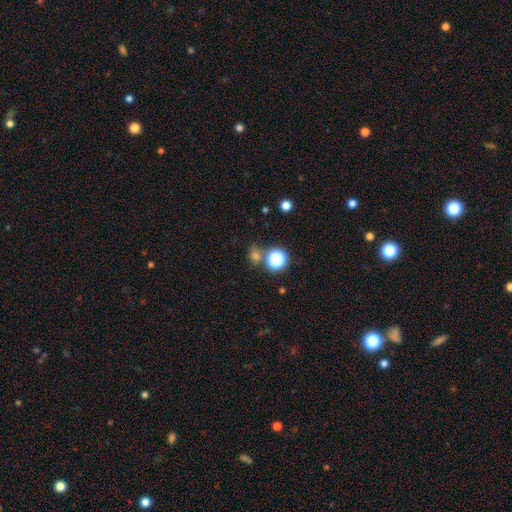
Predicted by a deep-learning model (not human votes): The model was most divided on "smooth or featured": smooth: 53%, star or artifact: 40%, featured or disk: 8%. More confident: how rounded — round (80%); merging — none (71%).